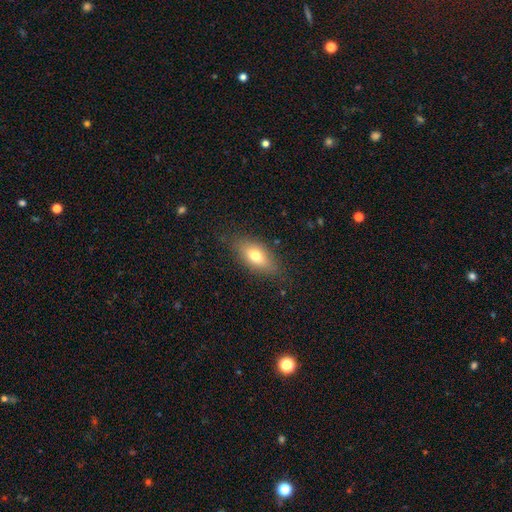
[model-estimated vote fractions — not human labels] smooth 71%, featured or disk 21%, star or artifact 8%. Down the decision tree: how rounded — in between (82%); merging — none (81%).